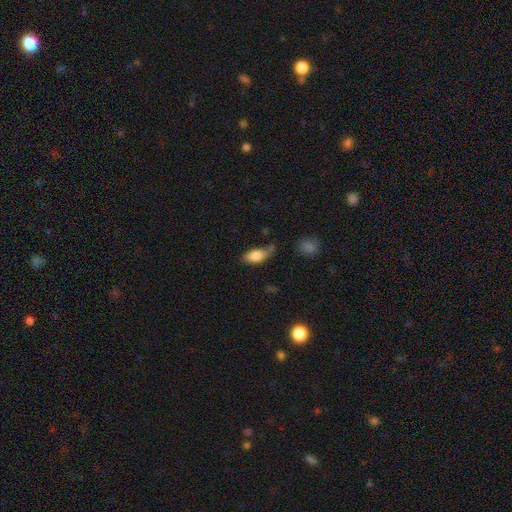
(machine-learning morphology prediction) Smooth or featured? Predicted: smooth (p=0.81). How rounded? Predicted: in between (p=0.88). Merging? Predicted: none (p=0.56).